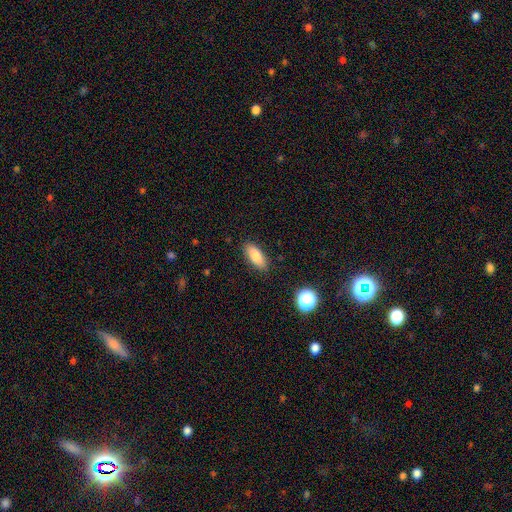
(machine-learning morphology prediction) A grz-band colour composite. It shows a smooth galaxy with no disk features (84%) that is in between round and cigar-shaped (79%). Merging: none (87%).